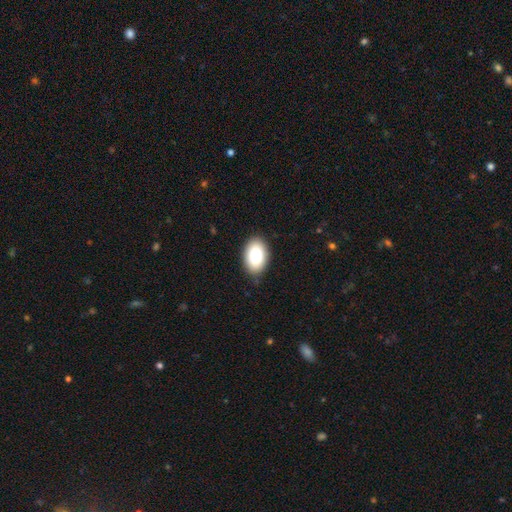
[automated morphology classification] smooth 85%, featured or disk 8%, star or artifact 7%. Down the decision tree: how rounded — in between (91%); merging — none (88%).